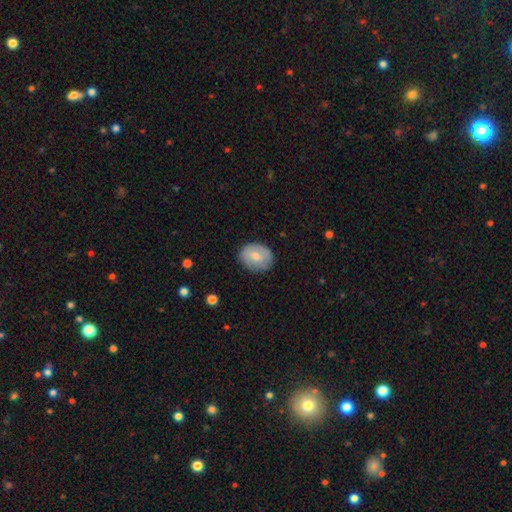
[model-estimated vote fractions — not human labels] The model was most divided on "how rounded": round: 52%, in between: 47%, cigar-shaped: 1%. More confident: merging — none (81%); smooth or featured — smooth (66%).